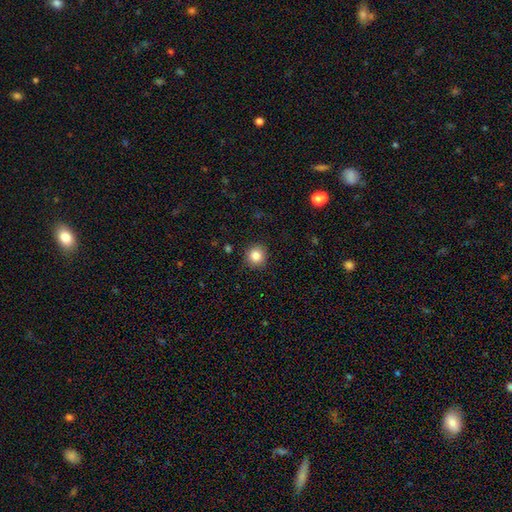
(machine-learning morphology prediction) smooth-or-featured: smooth: 85% | star or artifact: 10% | featured or disk: 5%
  how-rounded: round: 92% | in between: 7% | cigar-shaped: 1%
  merging: none: 90% | minor disturbance: 7% | major disturbance: 2% | merger: 1%